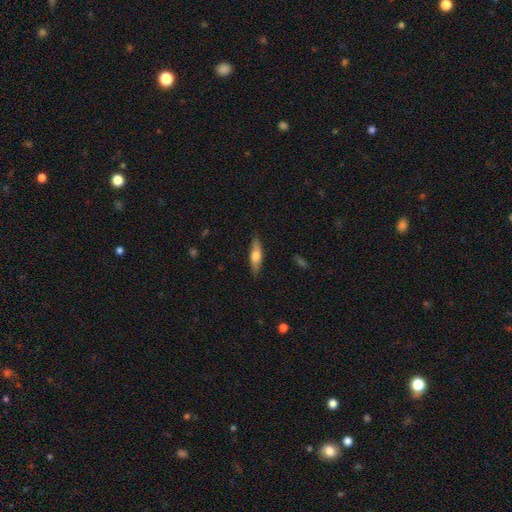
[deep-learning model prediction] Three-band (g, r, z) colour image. It shows a smooth galaxy with no disk features (61%) that is cigar-shaped (54%). Merging: none (87%).